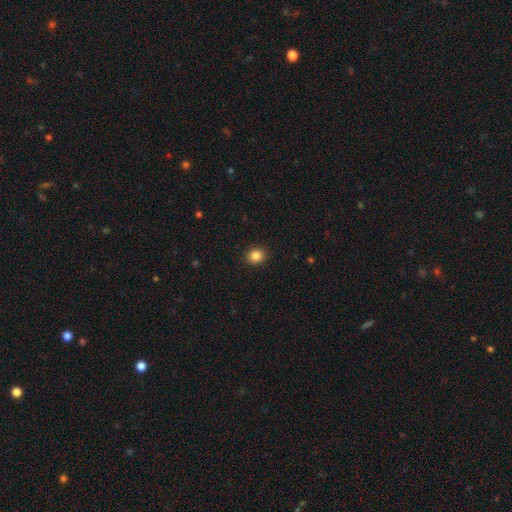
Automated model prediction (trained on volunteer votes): smooth 85%, star or artifact 11%, featured or disk 4%. Down the decision tree: how rounded — round (81%); merging — none (91%).